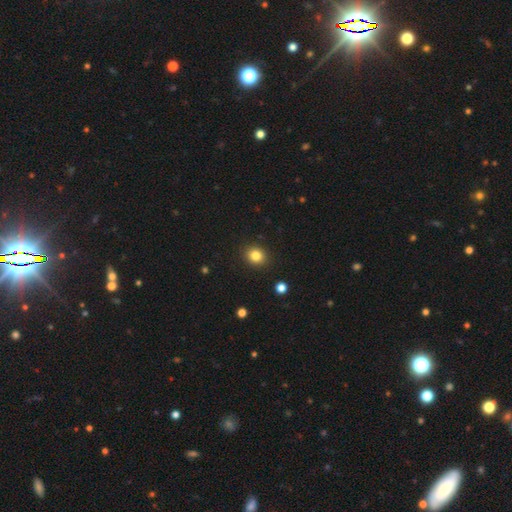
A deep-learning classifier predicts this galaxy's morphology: type=smooth (83%); roundness=round (69%); merging=none (90%).